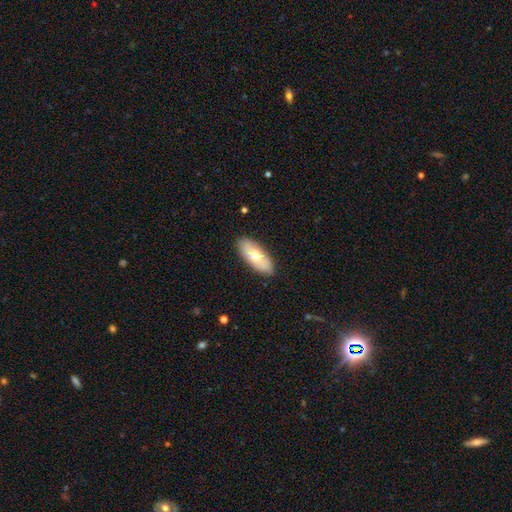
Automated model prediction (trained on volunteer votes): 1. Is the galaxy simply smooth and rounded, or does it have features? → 65% smooth, 30% featured or disk, 6% star or artifact.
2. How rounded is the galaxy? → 83% in between, 14% cigar-shaped, 3% round.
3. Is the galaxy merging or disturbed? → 88% none, 9% minor disturbance, 2% major disturbance, 1% merger.